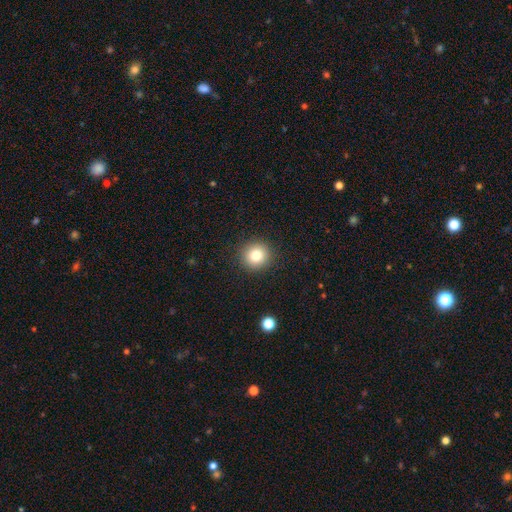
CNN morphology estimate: This is clearly a smooth galaxy (82%). How rounded: clearly round (92%). Merging: clearly none (91%).